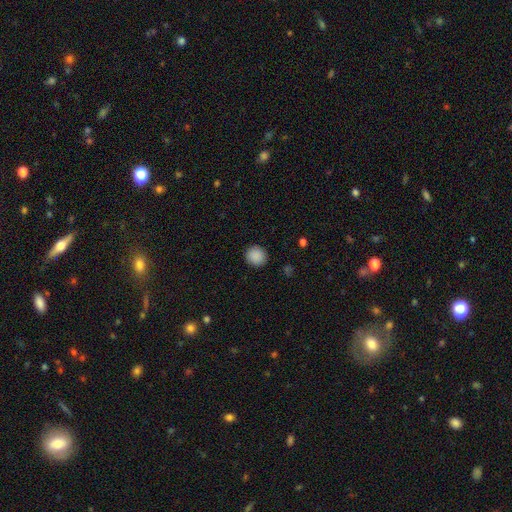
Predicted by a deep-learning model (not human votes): Morphology: type=smooth (89%); roundness=round (92%); merging=none (91%).